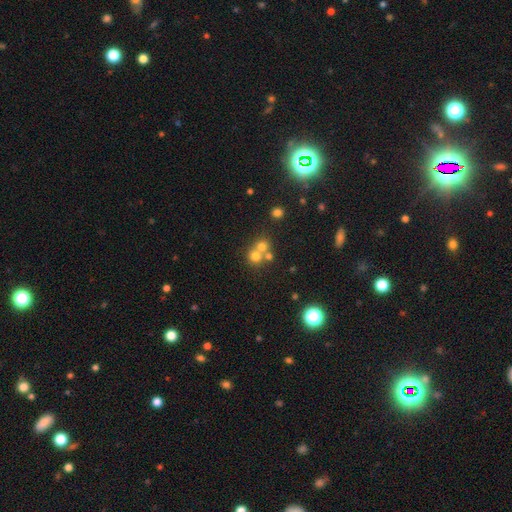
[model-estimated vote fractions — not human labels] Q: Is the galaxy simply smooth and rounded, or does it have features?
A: smooth — 69%.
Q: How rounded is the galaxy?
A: round — 86%.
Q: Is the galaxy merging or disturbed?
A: merger — 51%.